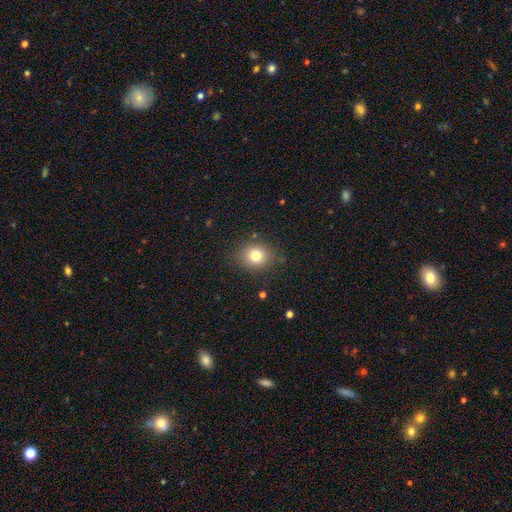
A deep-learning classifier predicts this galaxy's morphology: smooth-or-featured: smooth: 79% | star or artifact: 12% | featured or disk: 9%
  how-rounded: round: 67% | in between: 32% | cigar-shaped: 1%
  merging: none: 84% | minor disturbance: 11% | major disturbance: 3% | merger: 2%